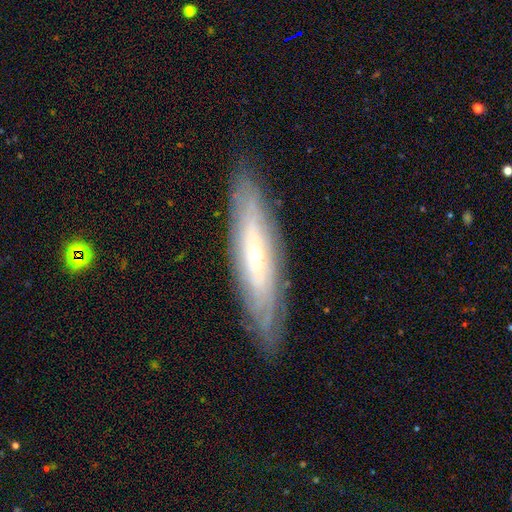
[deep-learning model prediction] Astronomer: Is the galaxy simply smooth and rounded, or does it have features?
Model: featured or disk — 70%.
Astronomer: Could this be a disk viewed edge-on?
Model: no — 59% (runner-up: yes, 41%).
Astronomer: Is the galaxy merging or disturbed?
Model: none — 83%.